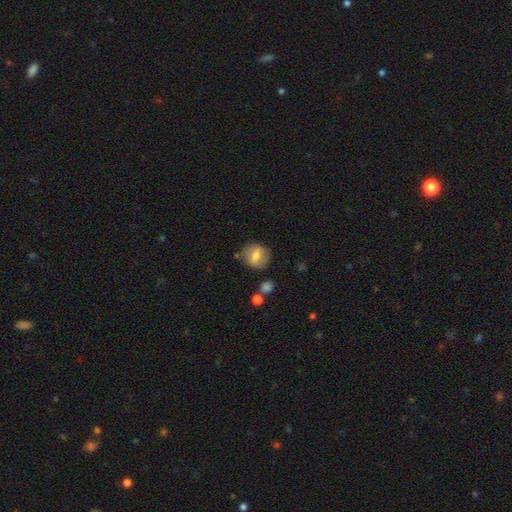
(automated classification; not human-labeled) Morphology: type=smooth (64%); roundness=round (74%); merging=none (79%).